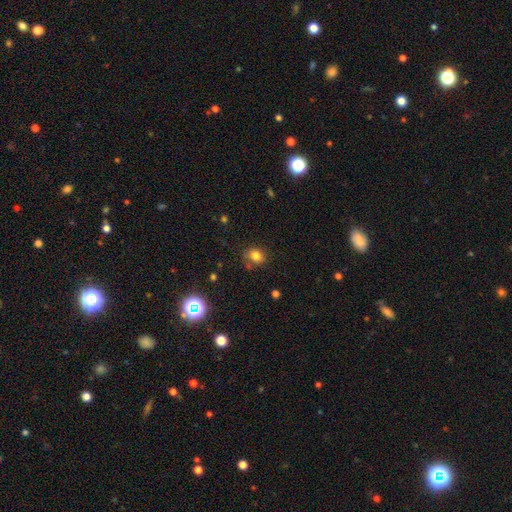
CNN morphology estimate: This appears to be a smooth galaxy with no disk features (78%) that is round (55%). Merging: none (75%).